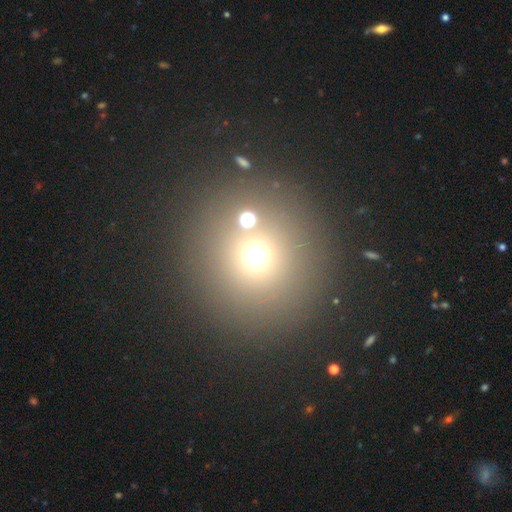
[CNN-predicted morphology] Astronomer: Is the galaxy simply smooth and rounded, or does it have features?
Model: smooth — 63%.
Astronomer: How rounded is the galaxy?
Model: round — 92%.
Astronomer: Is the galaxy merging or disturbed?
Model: none — 78%.